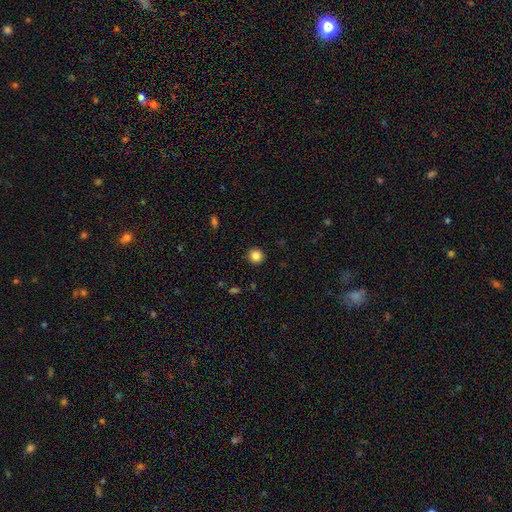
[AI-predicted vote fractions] The model was most divided on "smooth or featured": smooth: 85%, star or artifact: 11%, featured or disk: 5%. More confident: how rounded — round (94%); merging — none (92%).